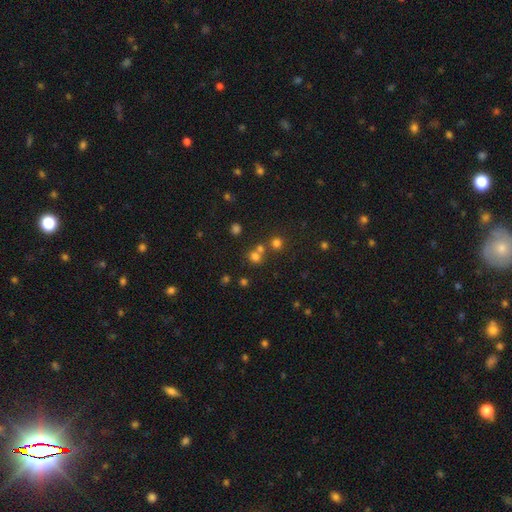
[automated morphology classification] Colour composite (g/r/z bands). It shows a smooth galaxy with no disk features (62%) that is round (83%). Merging: none (57%).